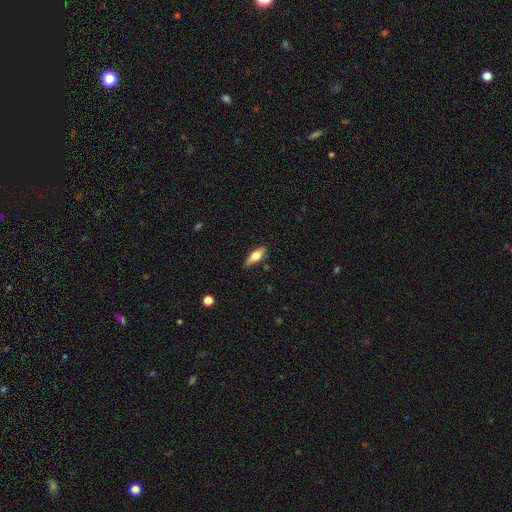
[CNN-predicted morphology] smooth_or_featured: smooth (p=0.61) [alt: featured or disk p=0.33]
how_rounded: in between (p=0.68) [alt: cigar-shaped p=0.29]
merging: none (p=0.83) [alt: minor disturbance p=0.13]